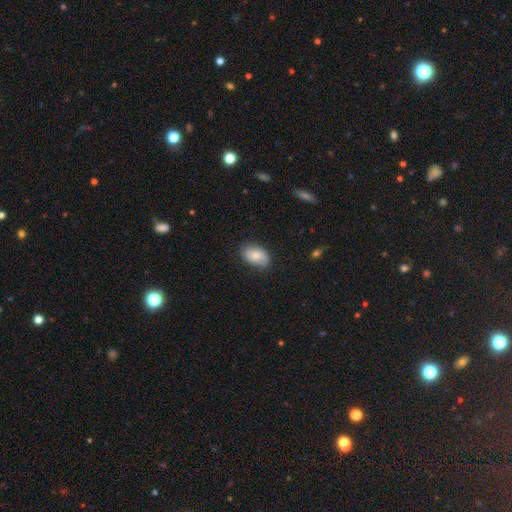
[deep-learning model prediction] Morphology: type=smooth (69%); roundness=in between (88%); merging=none (74%).